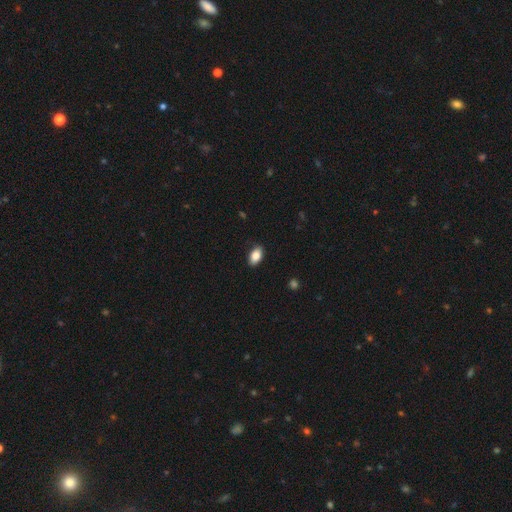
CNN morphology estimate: smooth_or_featured: smooth (p=0.84) [alt: featured or disk p=0.08]
how_rounded: in between (p=0.91) [alt: round p=0.07]
merging: none (p=0.87) [alt: minor disturbance p=0.10]